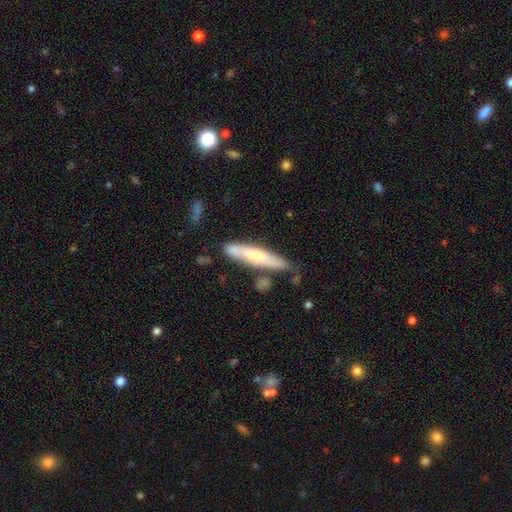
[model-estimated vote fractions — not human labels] Q: Smooth or featured?
A: smooth (53%); runner-up: featured or disk (41%)
Q: How rounded?
A: cigar-shaped (88%); runner-up: in between (11%)
Q: Merging?
A: none (71%); runner-up: minor disturbance (19%)